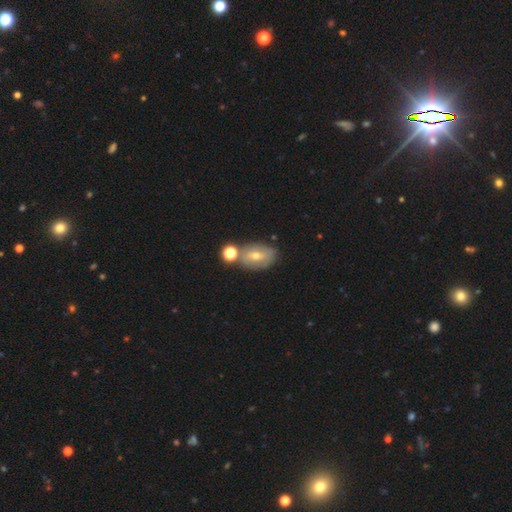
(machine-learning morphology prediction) smooth-or-featured: featured or disk: 46% | smooth: 43% | star or artifact: 10%
  merging: none: 60% | merger: 19% | minor disturbance: 16% | major disturbance: 5%